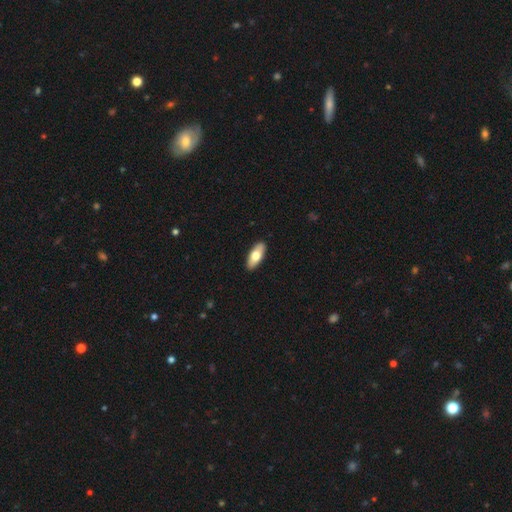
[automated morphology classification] This appears to be a smooth galaxy with no disk features (69%) that is in between round and cigar-shaped (78%). Merging: none (90%).